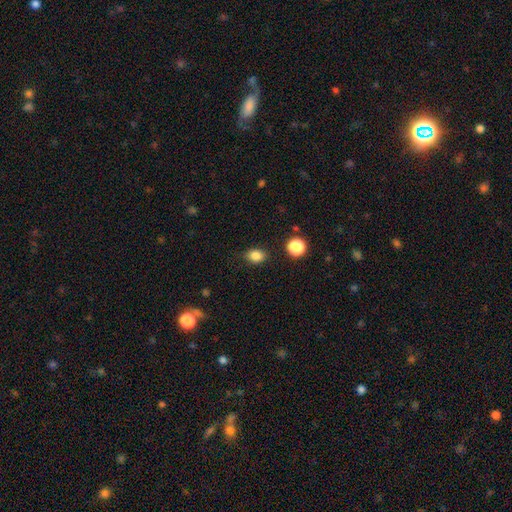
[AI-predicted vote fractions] Smooth or featured?
  - smooth: 84% *
  - star or artifact: 11%
  - featured or disk: 4%
How rounded?
  - in between: 59% *
  - round: 39%
  - cigar-shaped: 1%
Merging?
  - none: 82% *
  - minor disturbance: 13%
  - major disturbance: 3%
  - merger: 2%